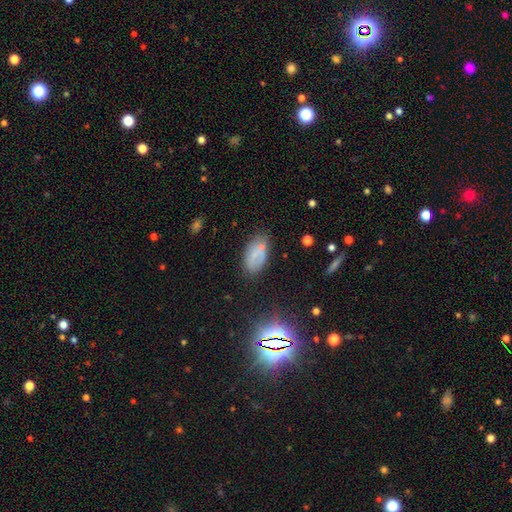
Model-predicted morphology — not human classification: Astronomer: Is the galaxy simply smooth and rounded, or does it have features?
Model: smooth — 64%.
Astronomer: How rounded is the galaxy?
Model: in between — 92%.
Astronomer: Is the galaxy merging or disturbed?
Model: none — 67%.